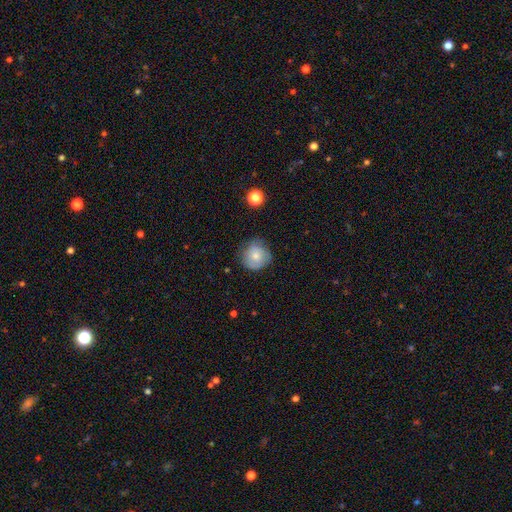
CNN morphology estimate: The model was most divided on "merging": none: 67%, minor disturbance: 25%, major disturbance: 6%, merger: 1%. More confident: how rounded — round (88%); smooth or featured — smooth (73%).